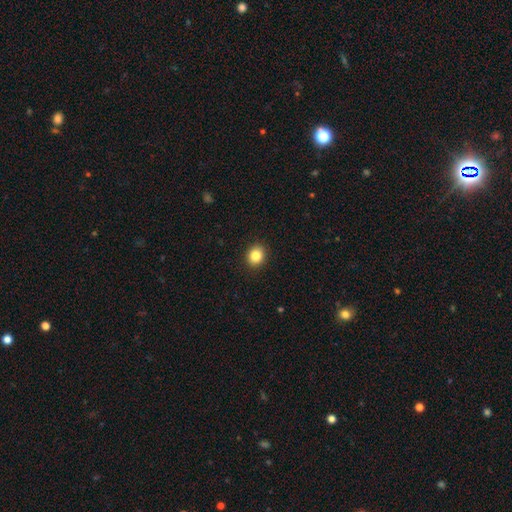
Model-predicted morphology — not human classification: This appears to be a smooth galaxy with no disk features (85%) that is round (70%). Merging: none (91%).